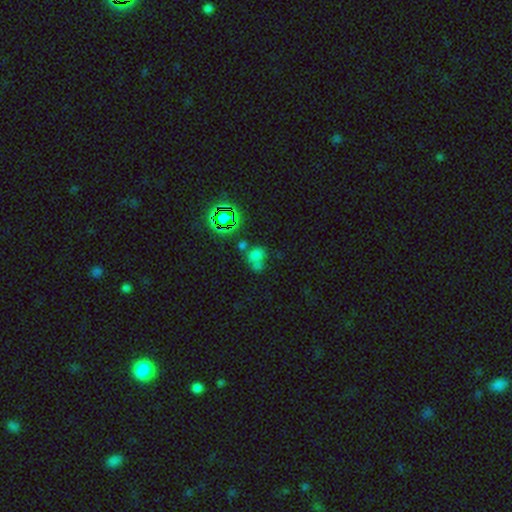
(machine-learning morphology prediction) This appears to be a smooth galaxy with no disk features (56%) that is round (54%). Merging: none (36%).